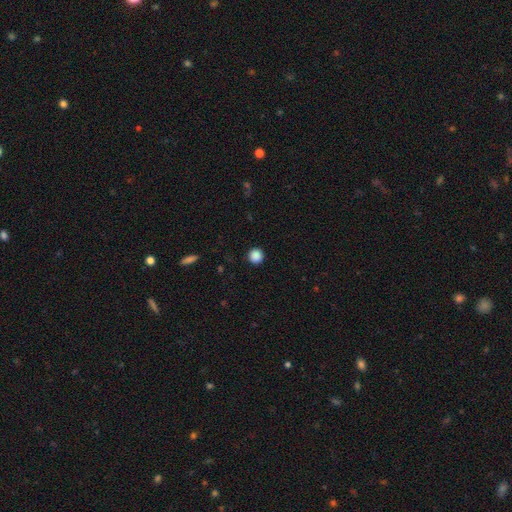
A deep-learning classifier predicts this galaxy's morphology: A smooth galaxy with no disk features (88%) that is round (95%). Merging: none (93%).